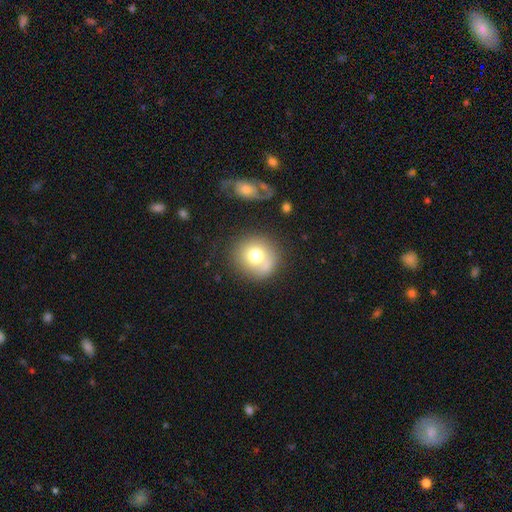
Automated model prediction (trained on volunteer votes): smooth 72%, featured or disk 17%, star or artifact 10%. Down the decision tree: how rounded — round (87%); merging — none (68%).